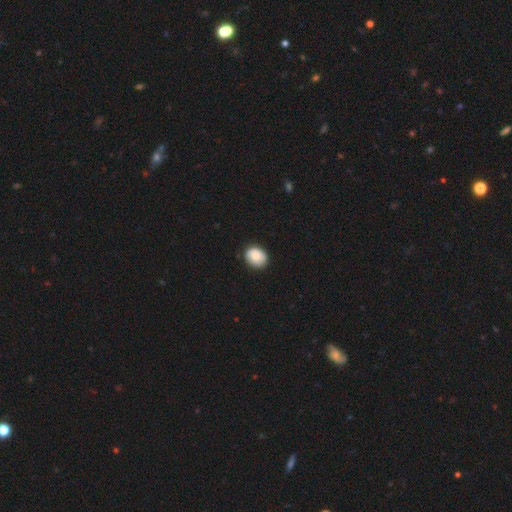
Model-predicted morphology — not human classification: smooth 85%, featured or disk 8%, star or artifact 7%. Down the decision tree: how rounded — round (50%); merging — none (81%).